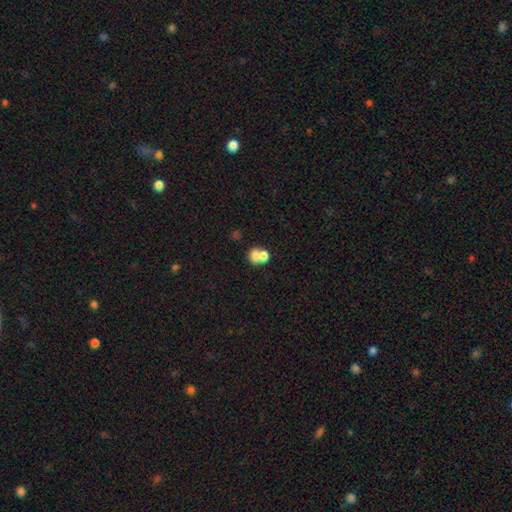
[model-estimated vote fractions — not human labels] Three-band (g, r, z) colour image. It shows a smooth galaxy with no disk features (70%) that is round (63%). Merging: merger (60%).